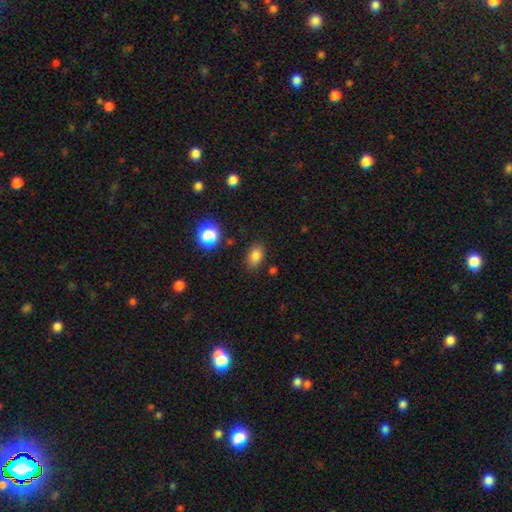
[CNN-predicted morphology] Smooth or featured: smooth — 82% (star or artifact — 12%)
How rounded: in between — 82% (round — 17%)
Merging: none — 83% (minor disturbance — 11%)